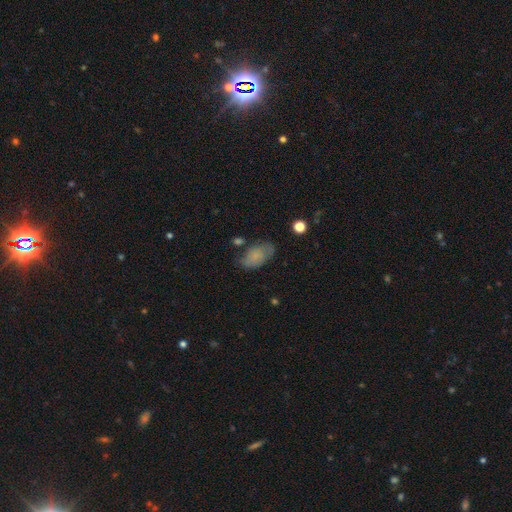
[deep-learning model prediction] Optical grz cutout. It shows a smooth galaxy with no disk features (75%) that is in between round and cigar-shaped (92%). Merging: none (57%).